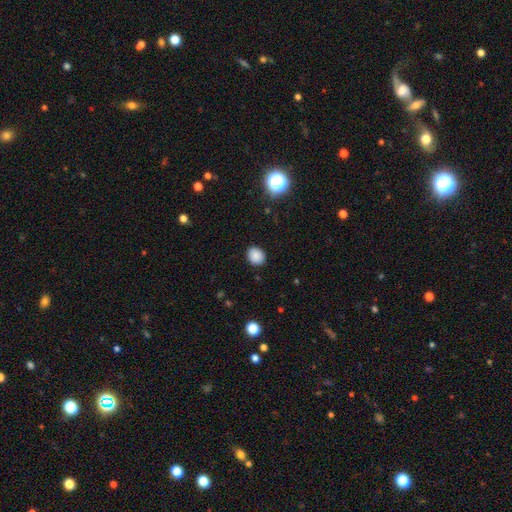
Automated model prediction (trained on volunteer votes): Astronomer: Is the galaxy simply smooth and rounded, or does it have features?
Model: smooth — 86%.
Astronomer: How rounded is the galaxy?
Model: round — 62% (runner-up: in between, 37%).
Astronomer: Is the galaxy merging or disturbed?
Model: none — 89%.